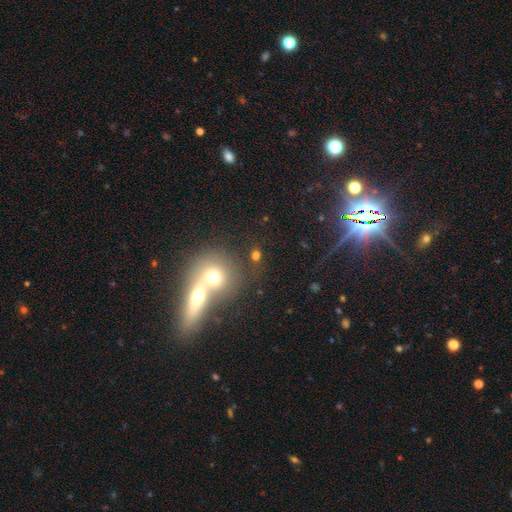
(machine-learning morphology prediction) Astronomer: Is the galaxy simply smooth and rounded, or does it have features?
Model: smooth — 45% (runner-up: star or artifact, 29%).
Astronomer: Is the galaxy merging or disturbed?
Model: merger — 65%.